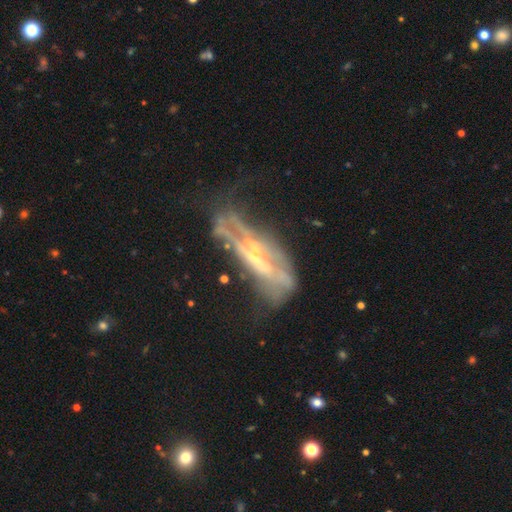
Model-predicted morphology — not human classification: Smooth or featured? Predicted: featured or disk (p=0.74). Edge-on disk? Predicted: no (p=0.57). Merging? Predicted: none (p=0.43).